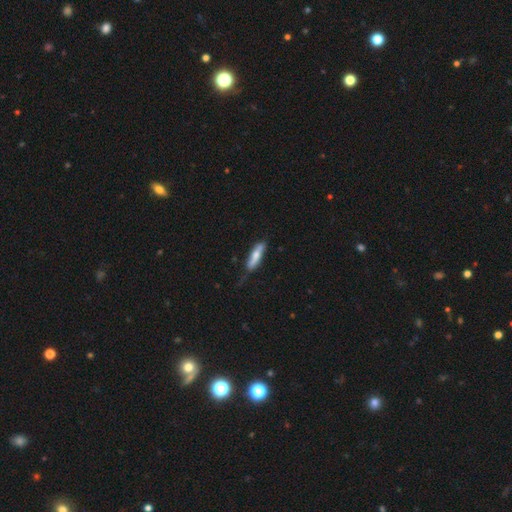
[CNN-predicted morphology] Smooth or featured? smooth (58%)
How rounded? cigar-shaped (68%)
Merging? none (61%)